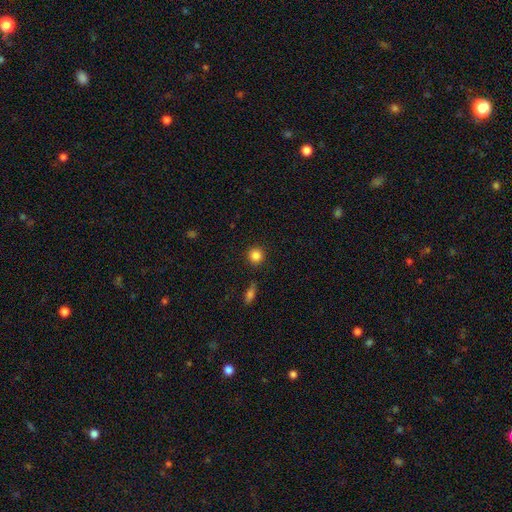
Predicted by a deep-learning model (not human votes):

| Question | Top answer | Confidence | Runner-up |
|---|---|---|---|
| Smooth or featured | smooth | 85% | star or artifact (11%) |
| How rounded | round | 93% | in between (6%) |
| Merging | none | 89% | minor disturbance (6%) |